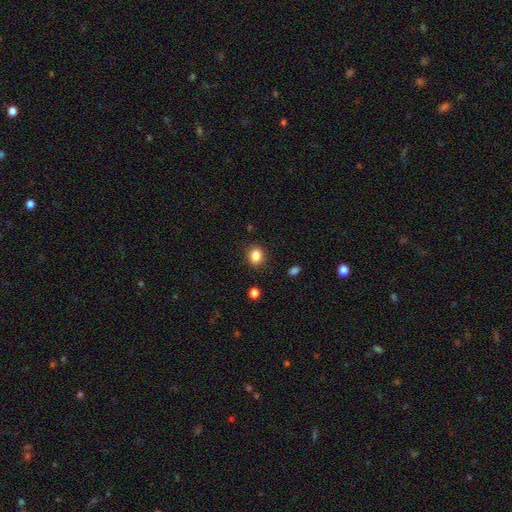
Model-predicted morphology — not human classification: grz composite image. It shows a smooth galaxy with no disk features (85%) that is round (61%). Merging: none (88%).